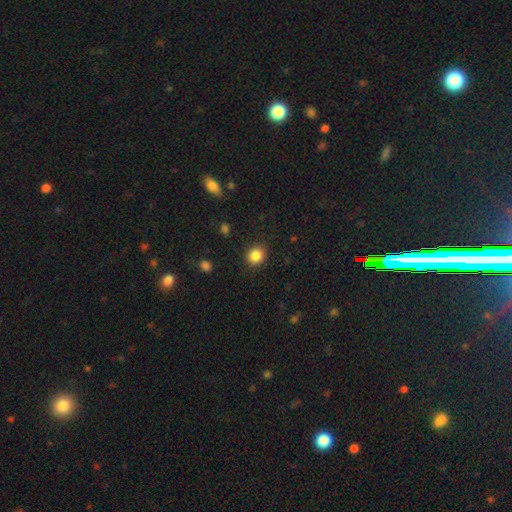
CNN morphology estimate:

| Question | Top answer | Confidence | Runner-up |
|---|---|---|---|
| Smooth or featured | smooth | 85% | star or artifact (10%) |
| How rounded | round | 83% | in between (16%) |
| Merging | none | 90% | minor disturbance (7%) |